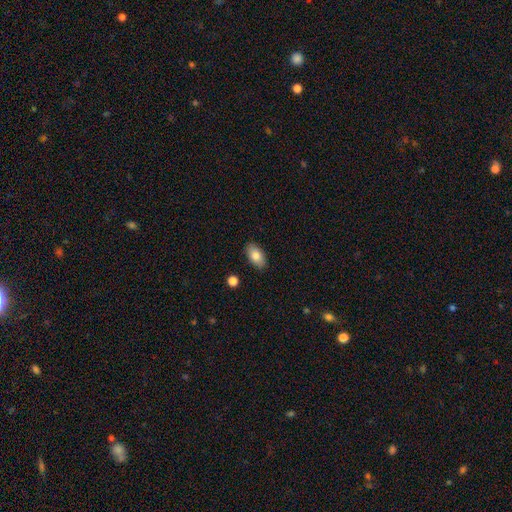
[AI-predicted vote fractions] smooth 81%, featured or disk 12%, star or artifact 7%. Down the decision tree: how rounded — in between (93%); merging — none (88%).